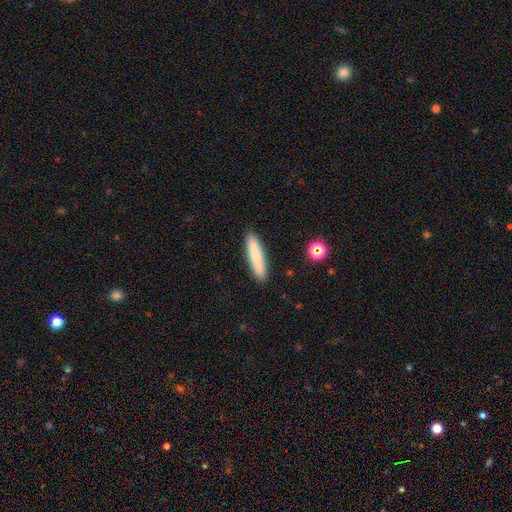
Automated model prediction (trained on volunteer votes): smooth-or-featured: smooth: 79% | featured or disk: 14% | star or artifact: 7%
  how-rounded: cigar-shaped: 86% | in between: 12% | round: 1%
  merging: none: 90% | minor disturbance: 7% | major disturbance: 2% | merger: 1%